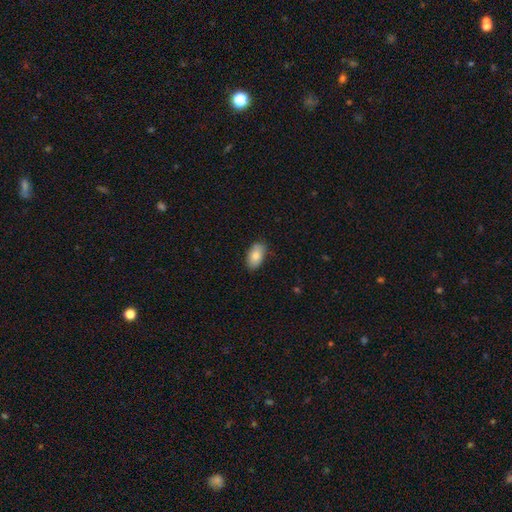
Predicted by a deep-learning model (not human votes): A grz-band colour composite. It shows a smooth galaxy with no disk features (83%) that is in between round and cigar-shaped (93%). Merging: none (81%).